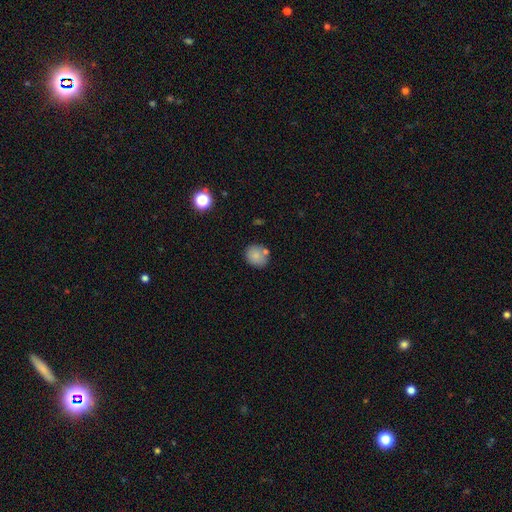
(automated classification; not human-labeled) The model was most divided on "how rounded": round: 69%, in between: 30%, cigar-shaped: 1%. More confident: smooth or featured — smooth (81%); merging — none (70%).